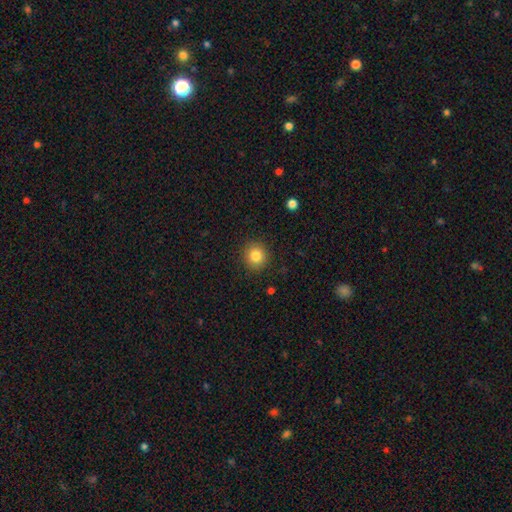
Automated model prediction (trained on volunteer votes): This appears to be a smooth galaxy with no disk features (83%) that is round (88%). Merging: none (90%).